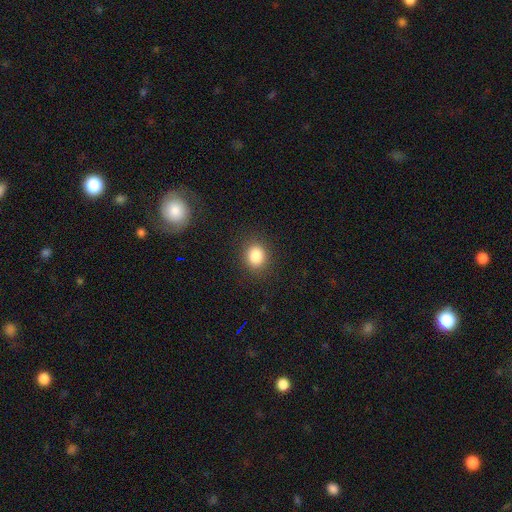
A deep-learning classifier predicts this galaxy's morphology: A smooth galaxy with no disk features (85%) that is round (67%).

Vote fractions:
- Smooth or featured? smooth: 85% / star or artifact: 11% / featured or disk: 5%
- How rounded? round: 67% / in between: 32% / cigar-shaped: 1%
- Merging? none: 88% / minor disturbance: 8% / major disturbance: 3% / merger: 1%